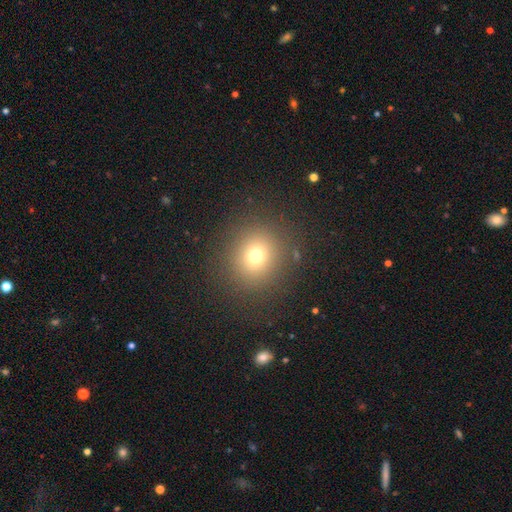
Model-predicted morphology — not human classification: A smooth galaxy with no disk features (71%) that is round (88%).

Vote fractions:
- Smooth or featured? smooth: 71% / star or artifact: 19% / featured or disk: 10%
- How rounded? round: 88% / in between: 11% / cigar-shaped: 1%
- Merging? none: 88% / minor disturbance: 7% / major disturbance: 4% / merger: 1%